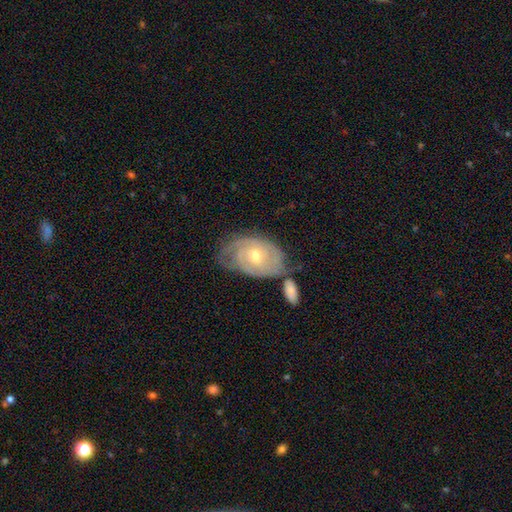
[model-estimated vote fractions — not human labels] Smooth or featured? Predicted: featured or disk (p=0.77). Edge-on disk? Predicted: no (p=0.95). Bar? Predicted: no (p=0.68). Spiral arms? Predicted: yes (p=0.91). Spiral winding? Predicted: tight (p=0.72). Spiral arm count? Predicted: can't tell (p=0.44). Bulge size? Predicted: moderate (p=0.53). Merging? Predicted: none (p=0.50).